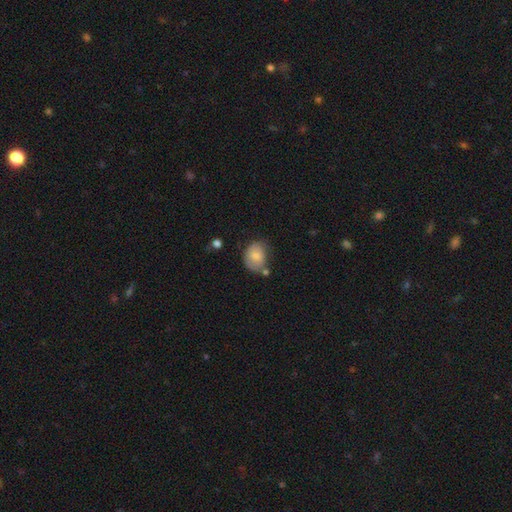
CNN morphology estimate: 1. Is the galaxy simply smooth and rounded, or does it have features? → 78% smooth, 15% featured or disk, 7% star or artifact.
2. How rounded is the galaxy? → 60% in between, 39% round, 1% cigar-shaped.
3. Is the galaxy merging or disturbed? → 51% none, 30% minor disturbance, 10% merger, 9% major disturbance.